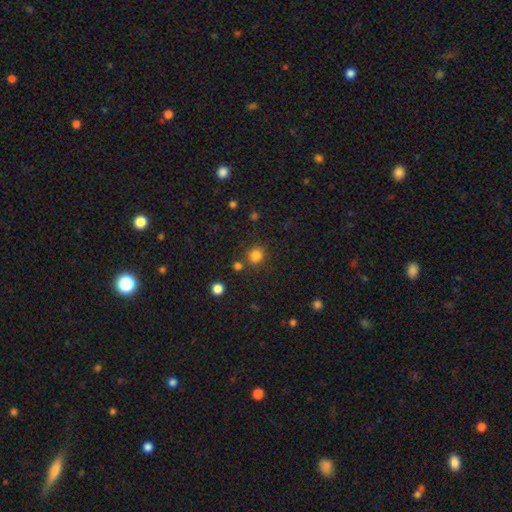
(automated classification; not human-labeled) Smooth or featured: smooth — 81% (star or artifact — 14%)
How rounded: round — 84% (in between — 15%)
Merging: none — 80% (minor disturbance — 9%)